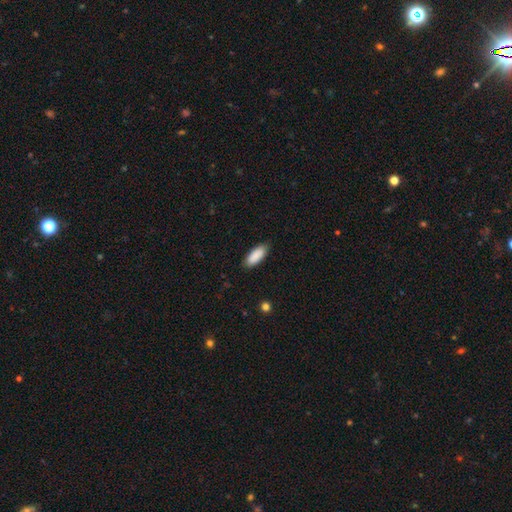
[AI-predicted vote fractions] This is clearly a smooth galaxy (89%). How rounded: likely in between (80%). Merging: clearly none (85%).